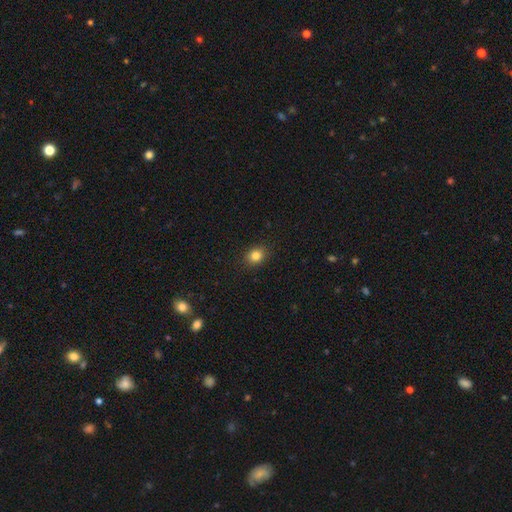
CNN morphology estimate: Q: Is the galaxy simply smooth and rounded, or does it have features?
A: smooth — 83%.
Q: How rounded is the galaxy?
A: round — 62%.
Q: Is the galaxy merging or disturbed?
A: none — 89%.